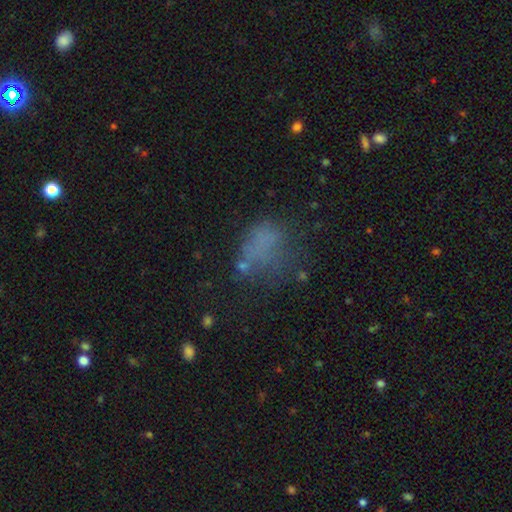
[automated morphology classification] This is possibly a smooth galaxy (54%). How rounded: possibly in between (58%). Merging: marginally none (44%).